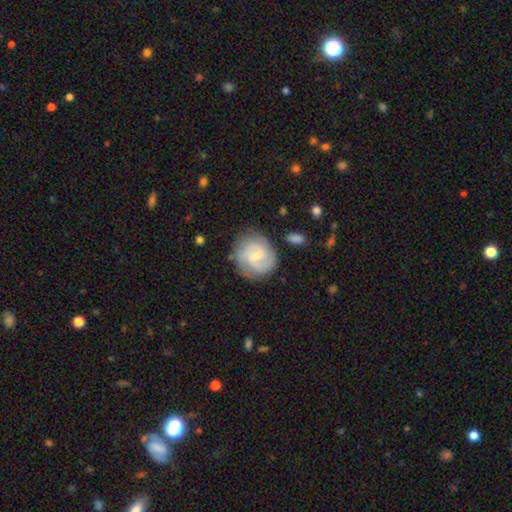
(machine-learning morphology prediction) A featured or disk galaxy (70%) with a weak bar (57%), 2 (50%) tight (47%) spiral arms (89%) and a small central bulge (65%).

Vote fractions:
- Smooth or featured? featured or disk: 70% / smooth: 24% / star or artifact: 6%
- Edge-on disk? no: 98% / yes: 2%
- Bar? weak: 57% / no: 33% / strong: 10%
- Spiral arms? yes: 89% / no: 11%
- Spiral winding? tight: 47% / medium: 40% / loose: 13%
- Spiral arm count? 2: 50% / can't tell: 27% / 3: 13% / 1: 5% / 4: 3% / more than 4: 3%
- Bulge size? small: 65% / moderate: 29% / none: 4% / large: 2% / dominant: 1%
- Merging? none: 72% / minor disturbance: 18% / major disturbance: 7% / merger: 3%